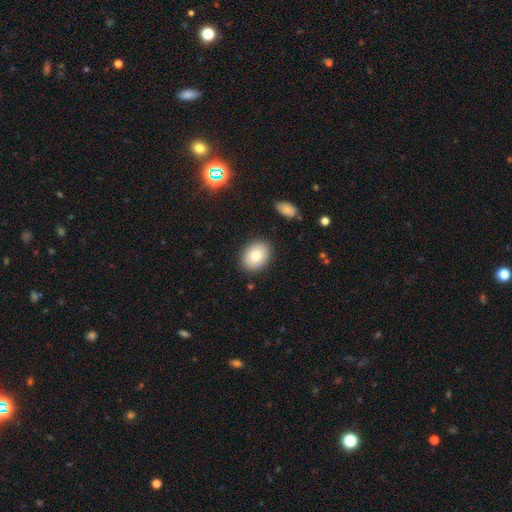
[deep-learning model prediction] Smooth or featured? Predicted: smooth (p=0.82). How rounded? Predicted: in between (p=0.68). Merging? Predicted: none (p=0.87).